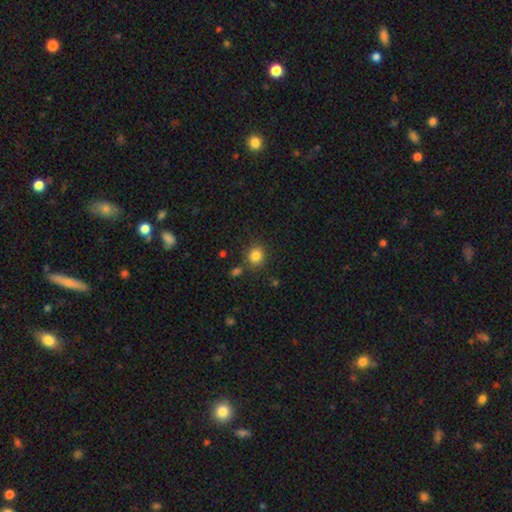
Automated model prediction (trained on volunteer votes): The model was most divided on "how rounded": round: 82%, in between: 17%, cigar-shaped: 1%. More confident: smooth or featured — smooth (83%); merging — none (80%).